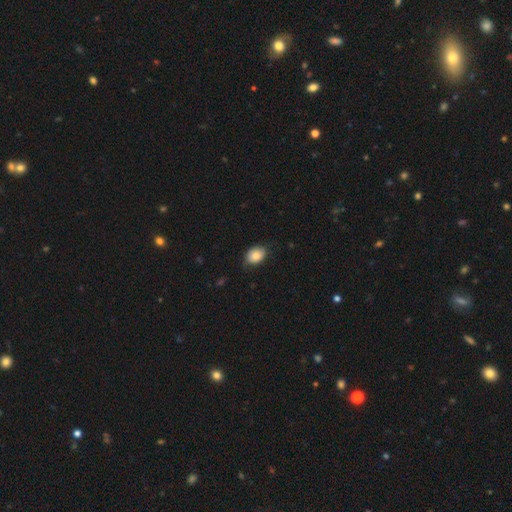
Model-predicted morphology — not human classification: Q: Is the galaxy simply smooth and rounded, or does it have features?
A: smooth — 84%.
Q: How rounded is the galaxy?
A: in between — 74%.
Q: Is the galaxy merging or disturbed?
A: none — 78%.